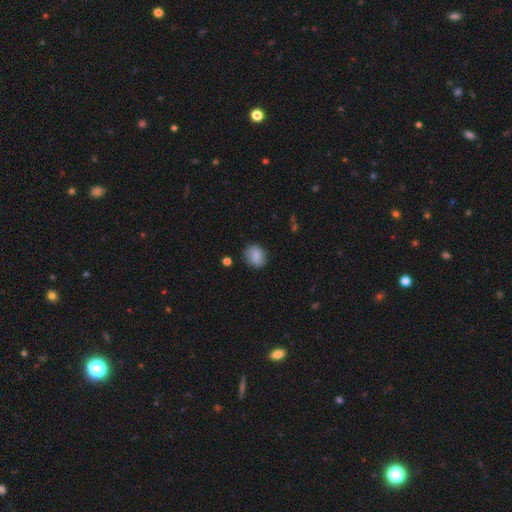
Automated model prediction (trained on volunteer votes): Smooth or featured? Predicted: smooth (p=0.85). How rounded? Predicted: round (p=0.61). Merging? Predicted: none (p=0.83).